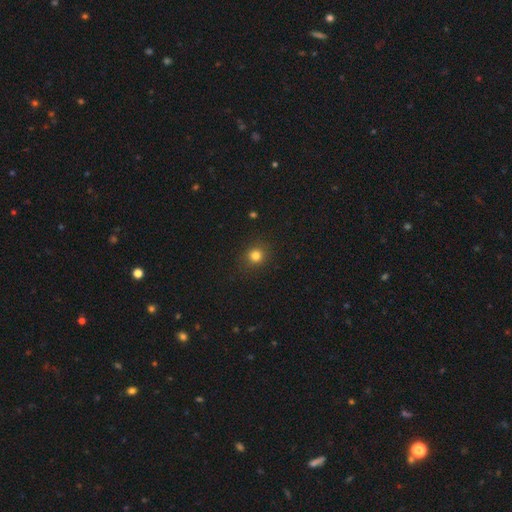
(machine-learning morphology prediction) type=smooth (81%); roundness=round (86%); merging=none (88%).